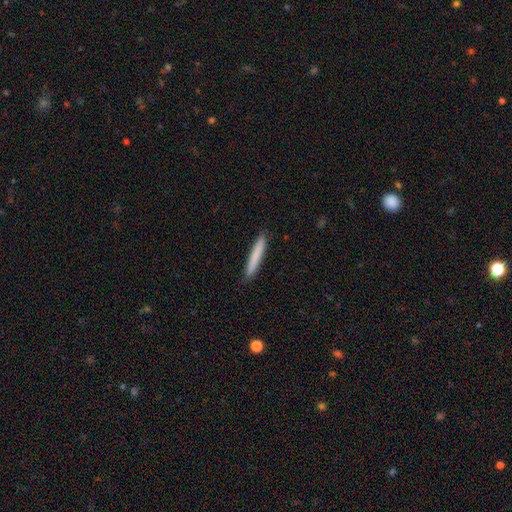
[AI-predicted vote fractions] Smooth or featured?
  - smooth: 79% *
  - featured or disk: 15%
  - star or artifact: 6%
How rounded?
  - cigar-shaped: 96% *
  - in between: 3%
  - round: 1%
Merging?
  - none: 90% *
  - minor disturbance: 7%
  - major disturbance: 1%
  - merger: 1%